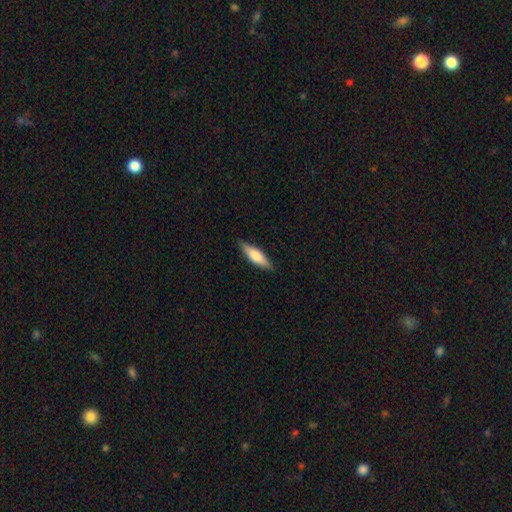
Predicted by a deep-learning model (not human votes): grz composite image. It shows a smooth galaxy with no disk features (66%) that is cigar-shaped (56%). Merging: none (86%).